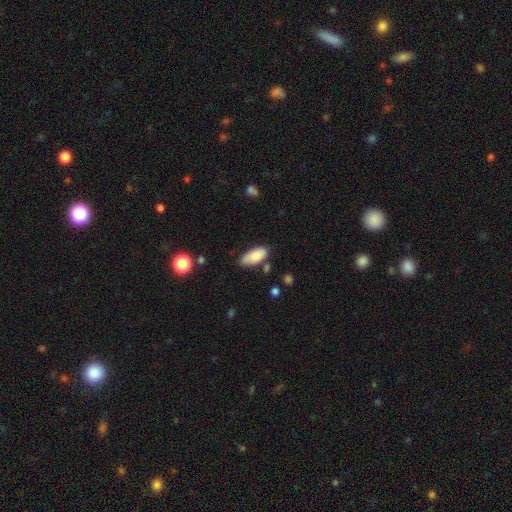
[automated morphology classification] This appears to be a smooth galaxy with no disk features (84%) that is in between round and cigar-shaped (89%). Merging: none (72%).